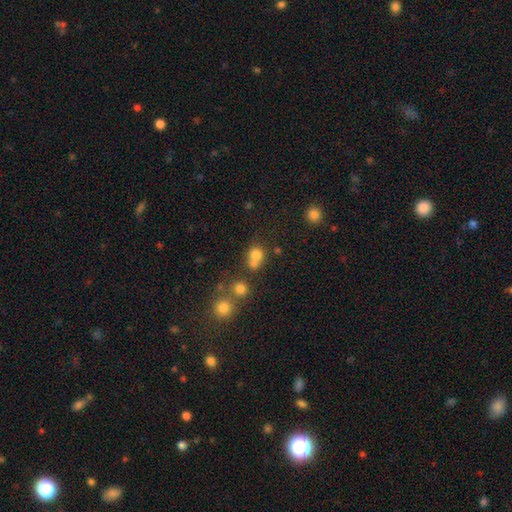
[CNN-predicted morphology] type=smooth (74%); roundness=round (73%); merging=none (43%).